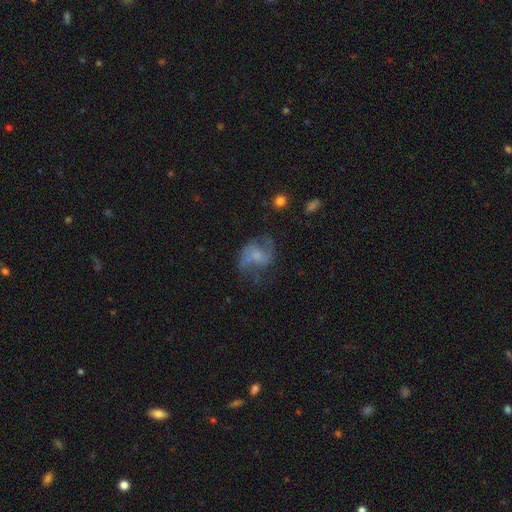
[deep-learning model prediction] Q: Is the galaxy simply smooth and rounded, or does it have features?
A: featured or disk — 59%.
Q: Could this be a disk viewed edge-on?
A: no — 97%.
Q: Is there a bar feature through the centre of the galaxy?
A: no — 65%.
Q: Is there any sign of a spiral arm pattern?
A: yes — 75%.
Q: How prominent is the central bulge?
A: small — 36%.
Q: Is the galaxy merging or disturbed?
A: none — 46%.